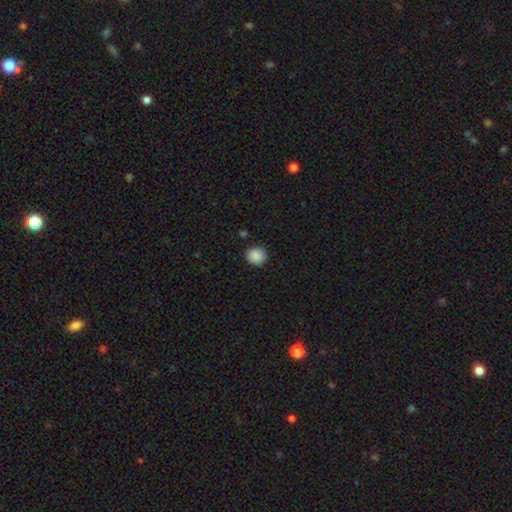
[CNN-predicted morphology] Overall: smooth (89%). How rounded: round (87%). Merging: none (88%).